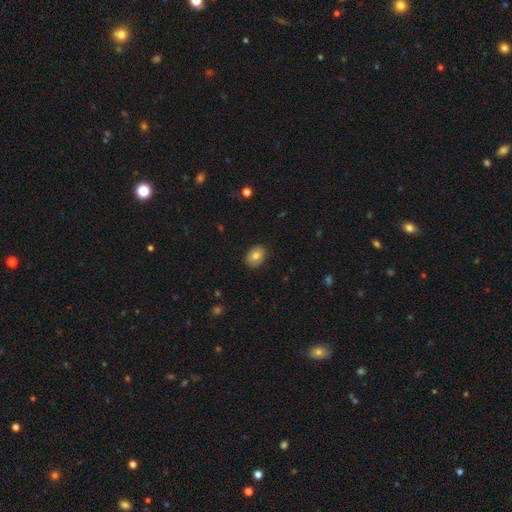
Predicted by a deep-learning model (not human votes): Morphology: type=smooth (80%); roundness=in between (62%); merging=none (87%).